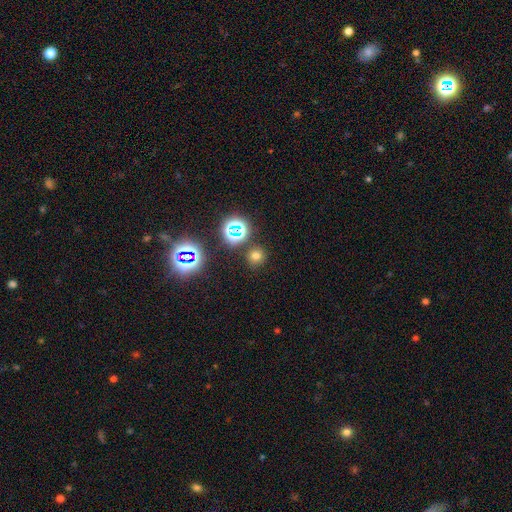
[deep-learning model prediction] This appears to be a smooth galaxy with no disk features (65%) that is round (91%). Merging: none (85%).